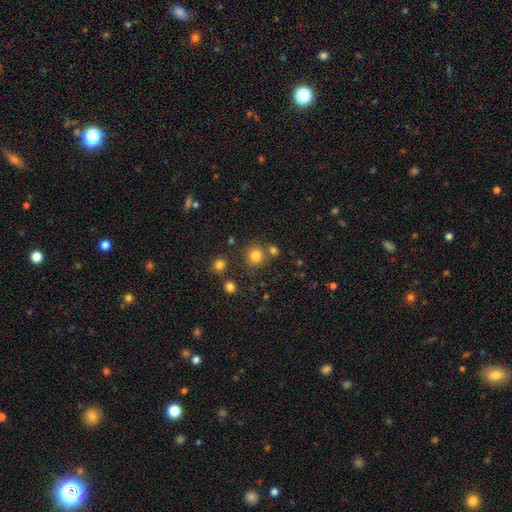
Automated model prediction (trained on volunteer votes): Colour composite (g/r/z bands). It shows a smooth galaxy with no disk features (80%) that is round (90%). Merging: none (76%).